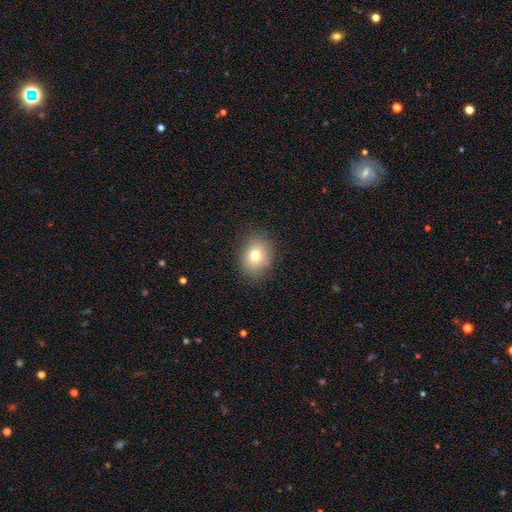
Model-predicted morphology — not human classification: Smooth or featured? Predicted: smooth (p=0.77). How rounded? Predicted: in between (p=0.51). Merging? Predicted: none (p=0.86).